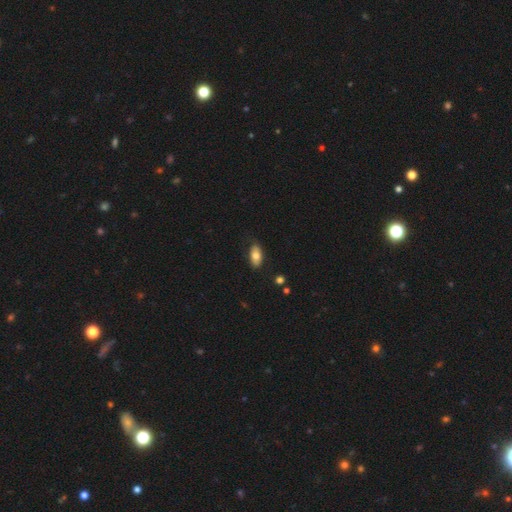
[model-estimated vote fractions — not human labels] This is likely a smooth galaxy (75%). How rounded: clearly in between (91%). Merging: likely none (78%).